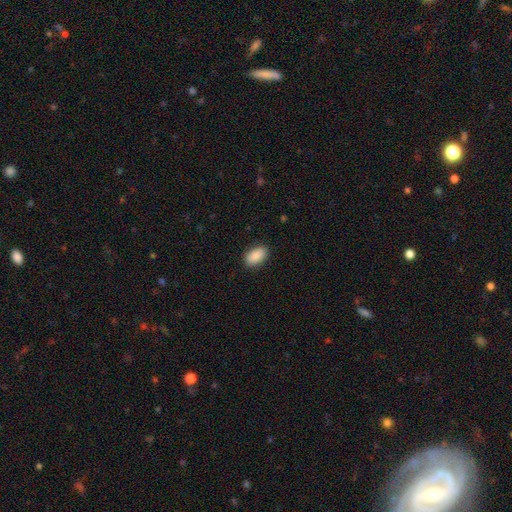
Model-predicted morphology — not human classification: Q: Smooth or featured?
A: smooth (87%); runner-up: star or artifact (7%)
Q: How rounded?
A: in between (93%); runner-up: round (5%)
Q: Merging?
A: none (87%); runner-up: minor disturbance (10%)